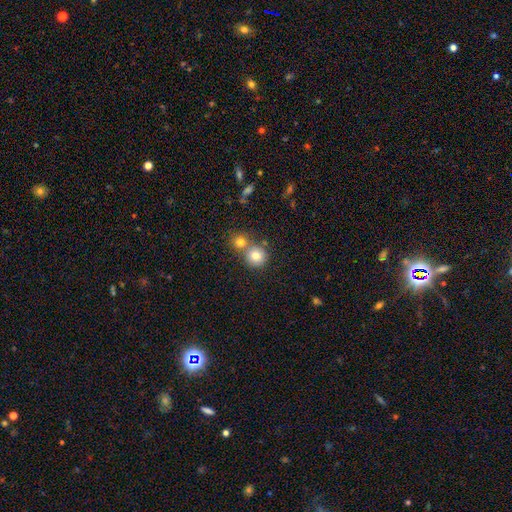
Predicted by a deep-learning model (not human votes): Smooth or featured? Predicted: smooth (p=0.79). How rounded? Predicted: round (p=0.90). Merging? Predicted: none (p=0.57).